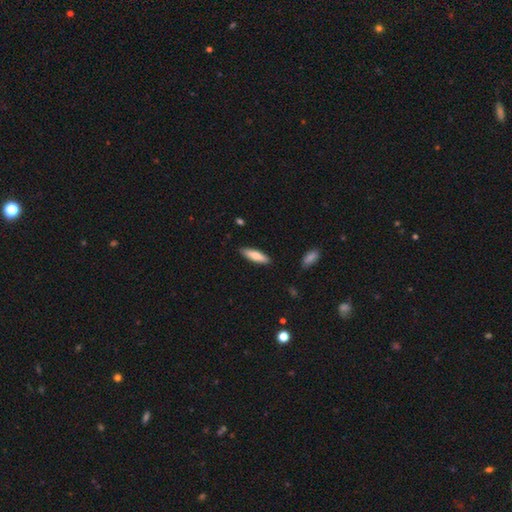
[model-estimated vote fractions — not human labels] This is likely a smooth galaxy (72%). How rounded: possibly cigar-shaped (60%). Merging: clearly none (88%).